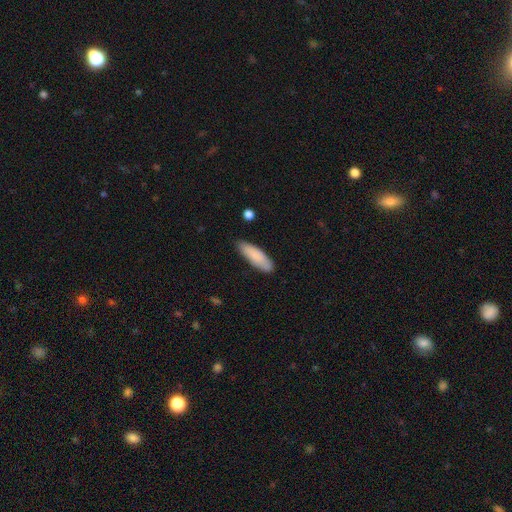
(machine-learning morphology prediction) Q: Smooth or featured?
A: smooth (85%); runner-up: featured or disk (9%)
Q: How rounded?
A: in between (49%); tied with: cigar-shaped (49%)
Q: Merging?
A: none (81%); runner-up: minor disturbance (15%)